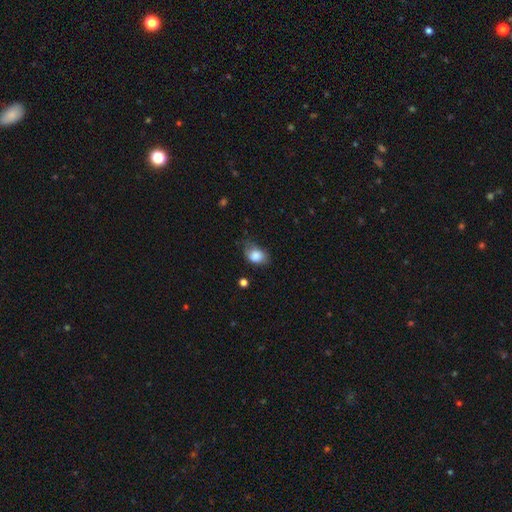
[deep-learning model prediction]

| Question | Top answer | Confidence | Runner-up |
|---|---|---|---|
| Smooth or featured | smooth | 84% | star or artifact (8%) |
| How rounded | in between | 73% | round (25%) |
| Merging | none | 51% | minor disturbance (36%) |